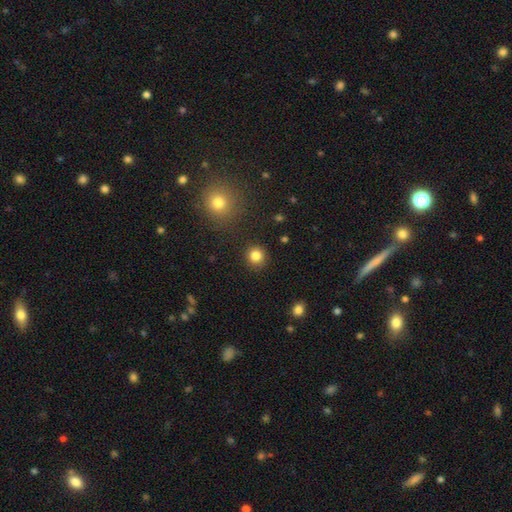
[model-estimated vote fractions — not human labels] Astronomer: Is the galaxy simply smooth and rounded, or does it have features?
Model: smooth — 84%.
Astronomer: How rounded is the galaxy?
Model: round — 93%.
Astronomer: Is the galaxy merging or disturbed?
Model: none — 91%.